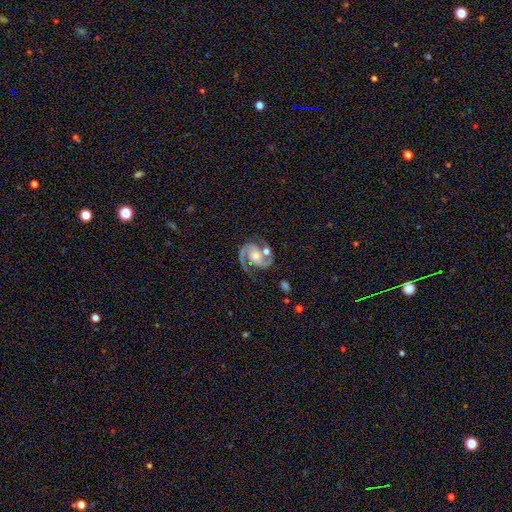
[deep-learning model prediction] Smooth or featured? featured or disk (90%)
Edge-on disk? no (98%)
Bar? no (56%)
Spiral arms? yes (98%)
Spiral winding? medium (59%)
Spiral arm count? 2 (91%)
Bulge size? moderate (52%)
Merging? none (64%)